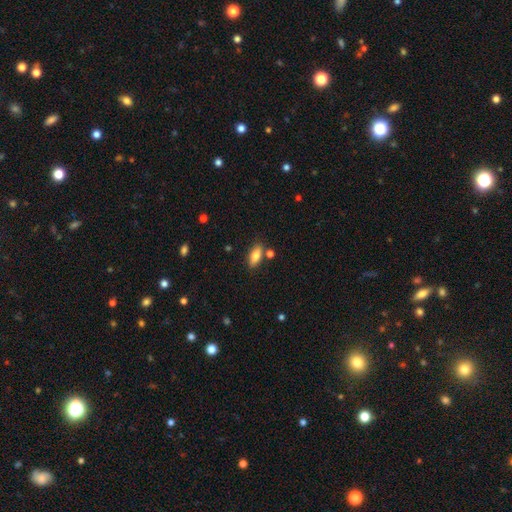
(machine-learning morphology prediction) Smooth or featured?
  - smooth: 78% *
  - featured or disk: 15%
  - star or artifact: 7%
How rounded?
  - in between: 81% *
  - cigar-shaped: 16%
  - round: 3%
Merging?
  - none: 79% *
  - minor disturbance: 12%
  - merger: 7%
  - major disturbance: 3%